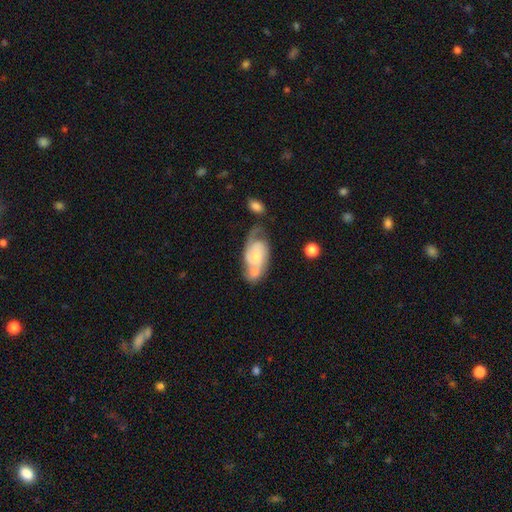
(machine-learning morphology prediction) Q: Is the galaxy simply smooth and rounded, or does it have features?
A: featured or disk — 68%.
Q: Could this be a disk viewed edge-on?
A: no — 96%.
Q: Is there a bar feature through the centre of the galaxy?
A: no — 67%.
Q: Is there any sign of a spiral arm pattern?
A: yes — 89%.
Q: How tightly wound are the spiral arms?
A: medium — 43%.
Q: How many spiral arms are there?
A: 2 — 64%.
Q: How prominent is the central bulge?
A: small — 52%.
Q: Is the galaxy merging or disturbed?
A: merger — 34%.